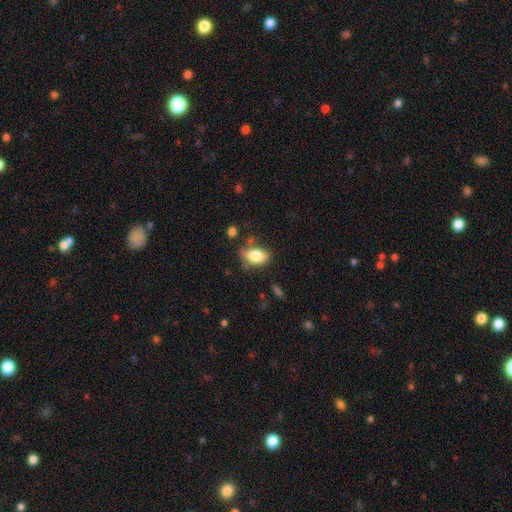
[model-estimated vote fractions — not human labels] smooth_or_featured: smooth (p=0.82) [alt: featured or disk p=0.10]
how_rounded: in between (p=0.88) [alt: round p=0.10]
merging: none (p=0.68) [alt: minor disturbance p=0.20]